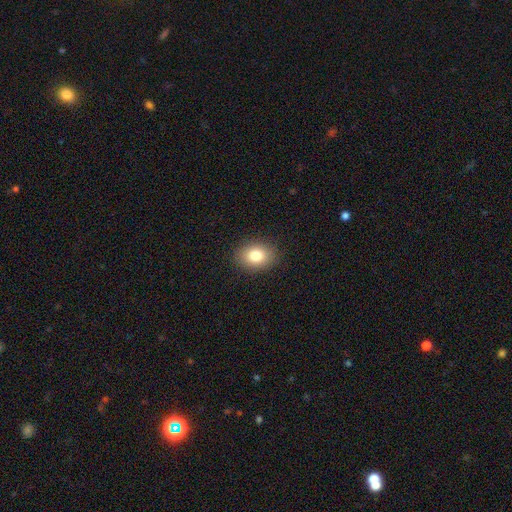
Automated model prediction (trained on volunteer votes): Morphology: type=smooth (81%); roundness=in between (69%); merging=none (88%).